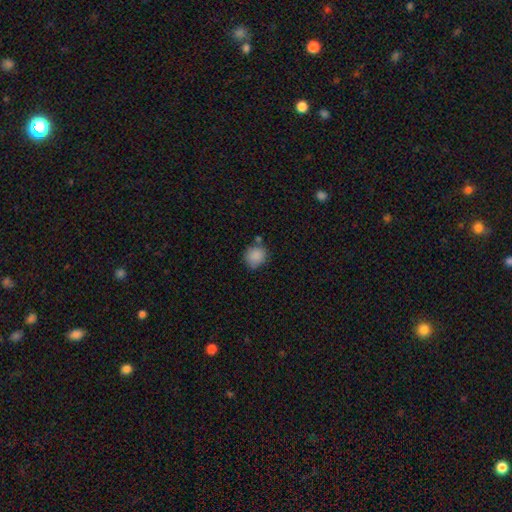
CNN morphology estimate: The model was most divided on "merging": none: 73%, minor disturbance: 16%, merger: 8%, major disturbance: 4%. More confident: smooth or featured — smooth (87%); how rounded — round (85%).